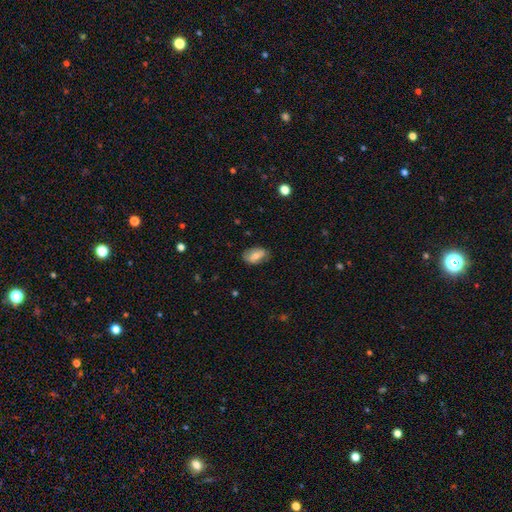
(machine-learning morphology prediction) smooth 66%, featured or disk 27%, star or artifact 7%. Down the decision tree: how rounded — in between (91%); merging — none (77%).